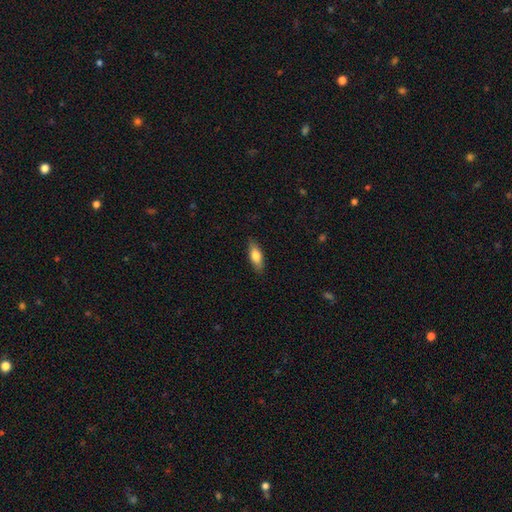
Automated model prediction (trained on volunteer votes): Morphology: type=smooth (75%); roundness=in between (71%); merging=none (86%).